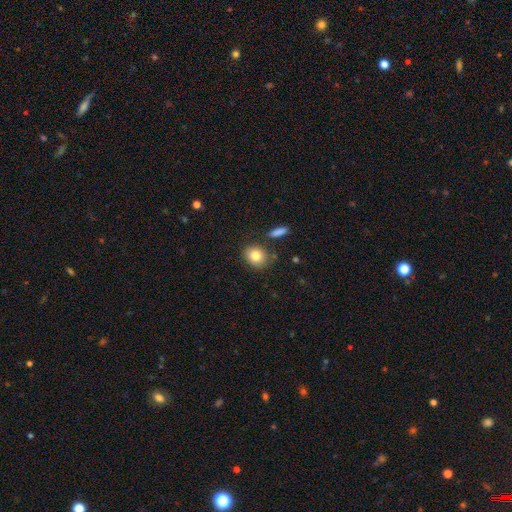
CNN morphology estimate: Smooth or featured? smooth (82%)
How rounded? round (65%)
Merging? none (80%)